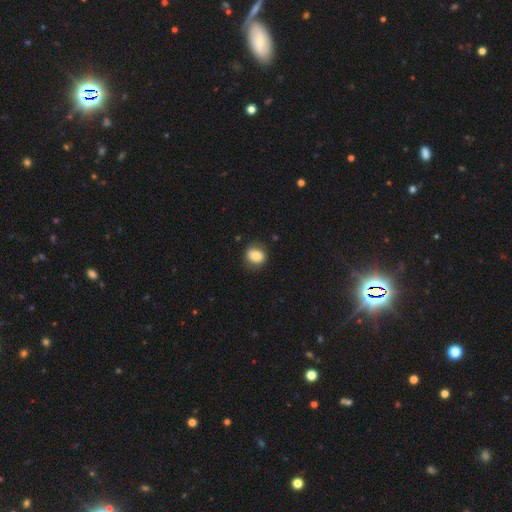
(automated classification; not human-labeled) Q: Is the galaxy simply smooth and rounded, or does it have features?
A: smooth — 80%.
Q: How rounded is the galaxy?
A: round — 63%.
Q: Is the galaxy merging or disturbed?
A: none — 80%.